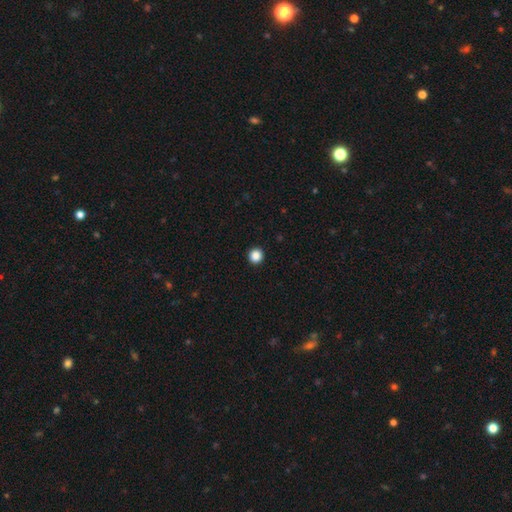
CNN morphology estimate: Smooth or featured? Predicted: smooth (p=0.87). How rounded? Predicted: round (p=0.95). Merging? Predicted: none (p=0.94).